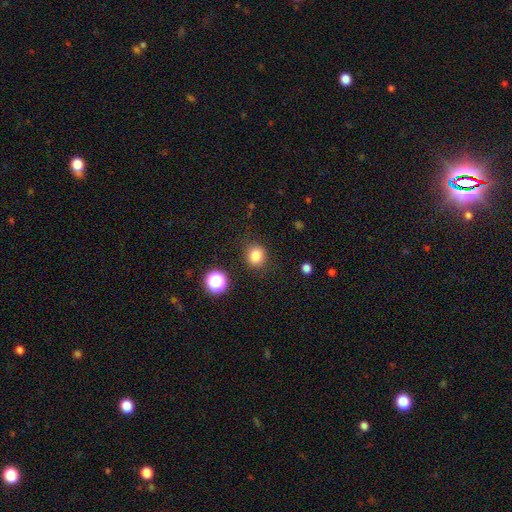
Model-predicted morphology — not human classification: Smooth or featured? Predicted: smooth (p=0.82). How rounded? Predicted: round (p=0.81). Merging? Predicted: none (p=0.85).